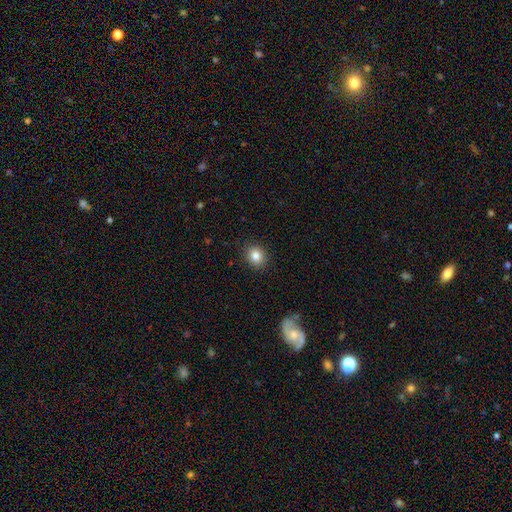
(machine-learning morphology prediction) Smooth or featured? smooth (83%)
How rounded? round (73%)
Merging? none (90%)